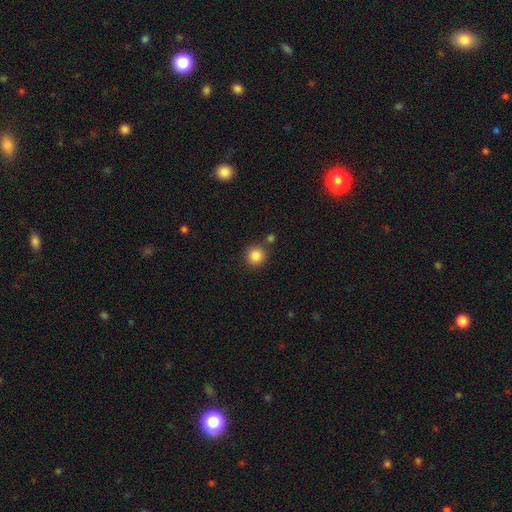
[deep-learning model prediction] This appears to be a smooth galaxy with no disk features (85%) that is round (93%). Merging: none (82%).